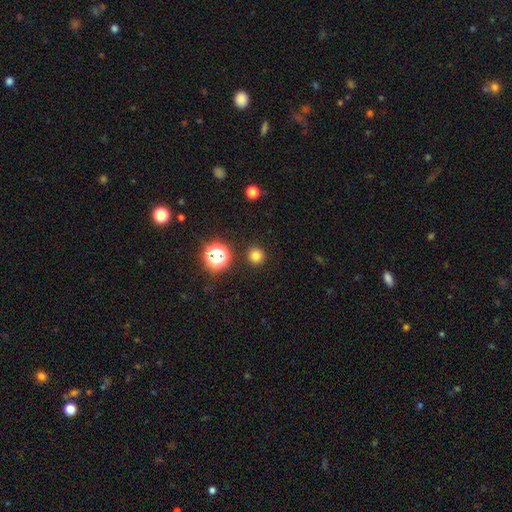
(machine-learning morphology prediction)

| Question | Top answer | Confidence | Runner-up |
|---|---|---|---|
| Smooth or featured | smooth | 76% | star or artifact (19%) |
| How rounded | round | 94% | in between (5%) |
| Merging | none | 91% | minor disturbance (5%) |